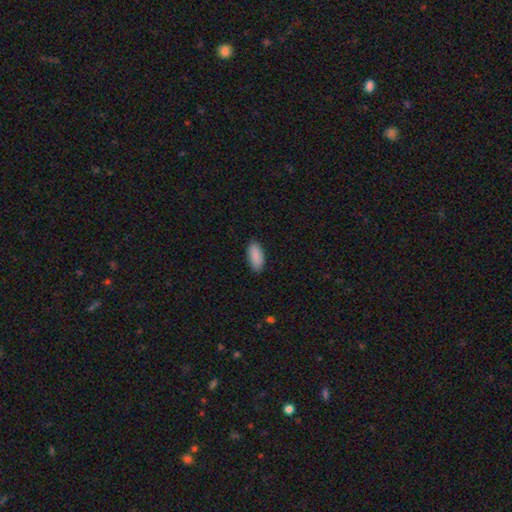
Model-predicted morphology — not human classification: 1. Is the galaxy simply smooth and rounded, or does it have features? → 90% smooth, 6% star or artifact, 4% featured or disk.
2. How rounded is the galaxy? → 90% in between, 8% cigar-shaped, 2% round.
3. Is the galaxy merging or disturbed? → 87% none, 10% minor disturbance, 2% major disturbance, 1% merger.